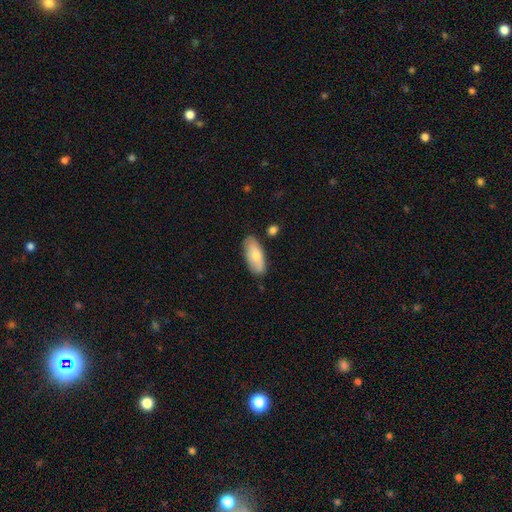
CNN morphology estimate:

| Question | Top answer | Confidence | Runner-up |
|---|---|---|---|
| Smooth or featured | smooth | 74% | featured or disk (20%) |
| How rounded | in between | 87% | cigar-shaped (10%) |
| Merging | none | 82% | minor disturbance (13%) |